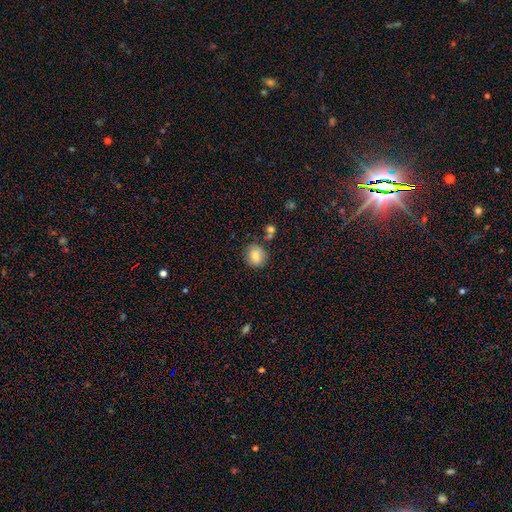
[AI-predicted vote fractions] A smooth galaxy with no disk features (81%) that is round (76%). Merging: none (79%).